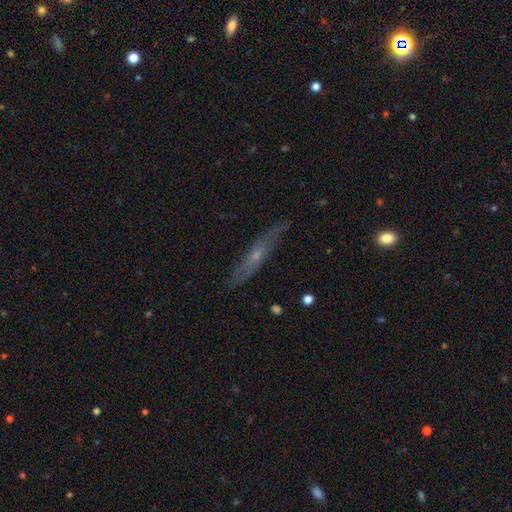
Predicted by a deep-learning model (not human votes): featured or disk 62%, smooth 30%, star or artifact 8%. Down the decision tree: edge-on disk — yes (72%); merging — none (78%).